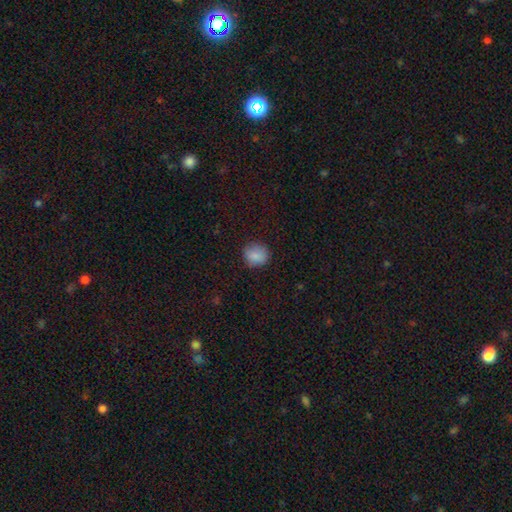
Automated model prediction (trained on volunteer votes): Smooth or featured? Predicted: smooth (p=0.87). How rounded? Predicted: round (p=0.80). Merging? Predicted: none (p=0.83).